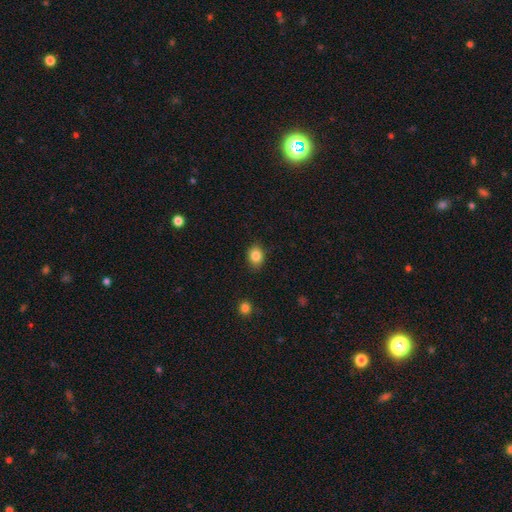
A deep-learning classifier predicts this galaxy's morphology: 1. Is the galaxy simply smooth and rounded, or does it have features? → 85% smooth, 10% star or artifact, 5% featured or disk.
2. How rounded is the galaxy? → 55% in between, 45% round, 1% cigar-shaped.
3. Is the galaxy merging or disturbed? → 85% none, 11% minor disturbance, 2% major disturbance, 1% merger.